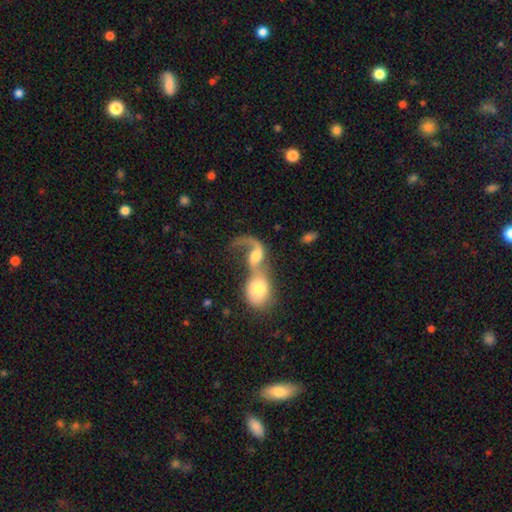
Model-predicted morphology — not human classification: Smooth or featured? Predicted: featured or disk (p=0.59). Edge-on disk? Predicted: no (p=0.95). Bar? Predicted: no (p=0.55). Spiral arms? Predicted: yes (p=0.78). Bulge size? Predicted: moderate (p=0.51). Merging? Predicted: merger (p=0.82).